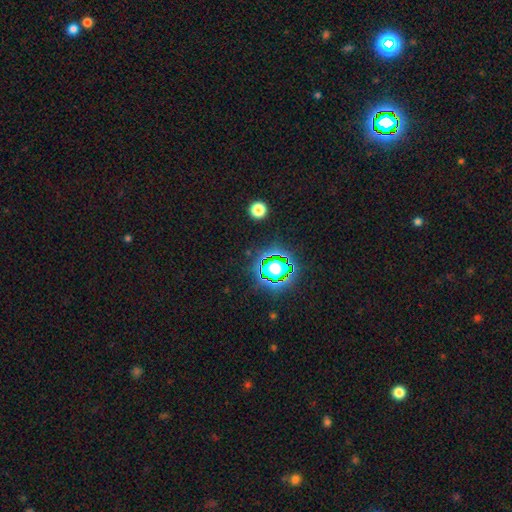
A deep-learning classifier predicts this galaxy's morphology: A star or artifact, not a galaxy (81%).